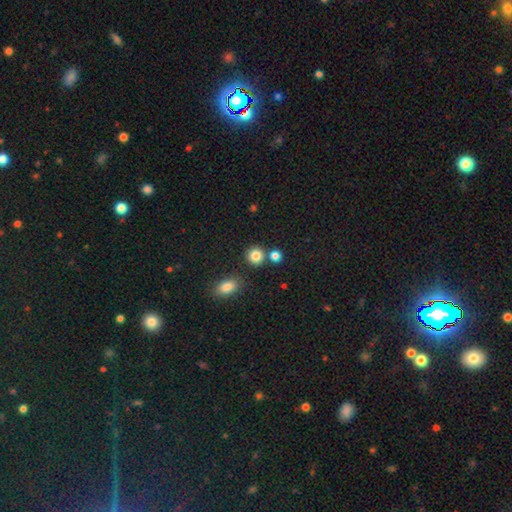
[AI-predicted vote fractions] Q: Smooth or featured?
A: smooth (84%); runner-up: star or artifact (11%)
Q: How rounded?
A: round (88%); runner-up: in between (11%)
Q: Merging?
A: none (76%); runner-up: merger (14%)